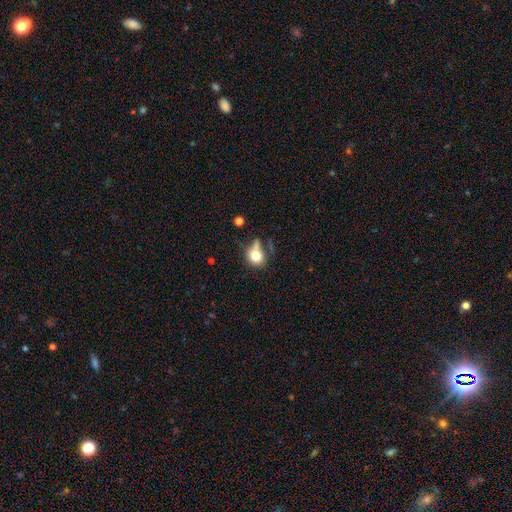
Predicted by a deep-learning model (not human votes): Morphology: type=smooth (75%); roundness=round (68%); merging=none (43%).